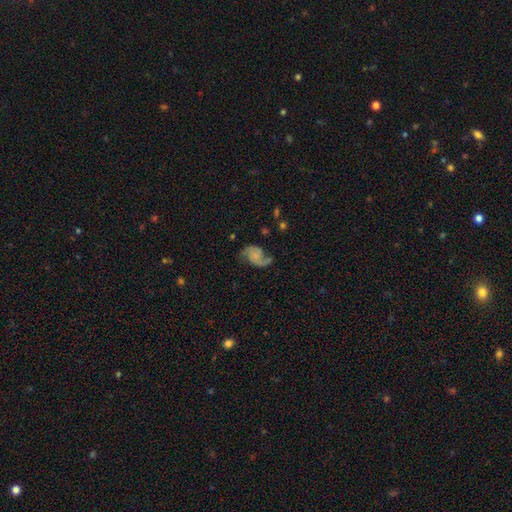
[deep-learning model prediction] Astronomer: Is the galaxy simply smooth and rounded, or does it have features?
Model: featured or disk — 79%.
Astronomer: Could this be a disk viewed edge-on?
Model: no — 98%.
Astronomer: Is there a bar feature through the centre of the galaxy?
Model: no — 68%.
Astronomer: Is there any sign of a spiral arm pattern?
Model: yes — 95%.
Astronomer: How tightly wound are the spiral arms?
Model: loose — 50% (runner-up: medium, 38%).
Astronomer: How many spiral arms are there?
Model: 2 — 90%.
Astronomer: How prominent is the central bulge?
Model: none — 47% (runner-up: small, 35%).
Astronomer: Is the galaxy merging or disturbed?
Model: none — 64%.